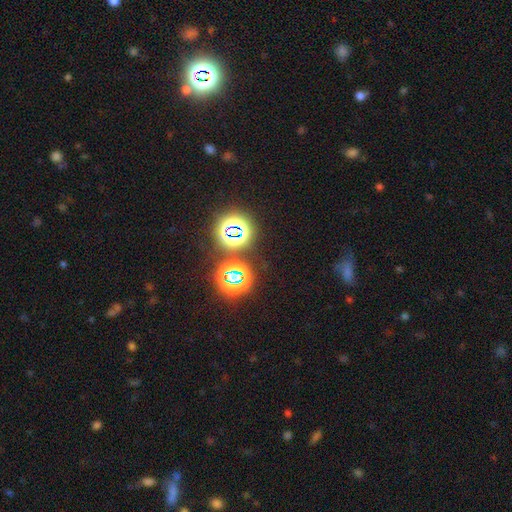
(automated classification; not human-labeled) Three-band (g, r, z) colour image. It shows a star or artifact, not a galaxy (70%).